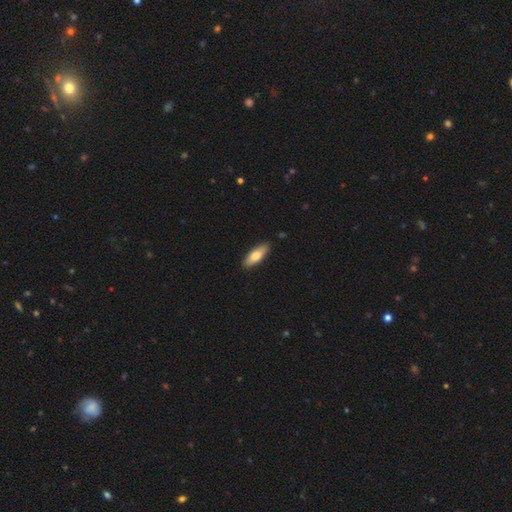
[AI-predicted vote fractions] Smooth or featured? smooth (71%)
How rounded? in between (57%)
Merging? none (88%)